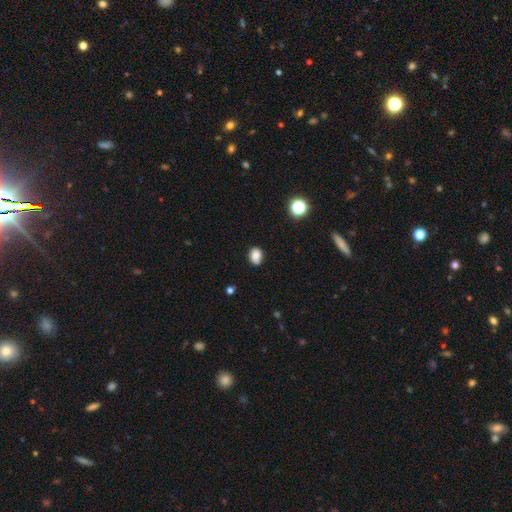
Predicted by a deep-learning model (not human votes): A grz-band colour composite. It shows a smooth galaxy with no disk features (83%) that is in between round and cigar-shaped (65%). Merging: none (77%).